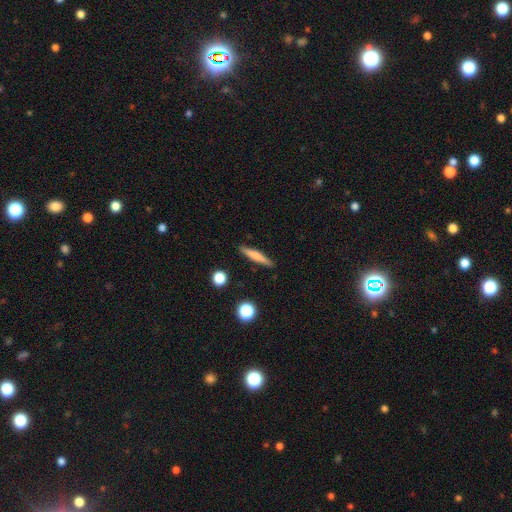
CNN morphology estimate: smooth 64%, featured or disk 29%, star or artifact 7%. Down the decision tree: how rounded — cigar-shaped (91%); merging — none (89%).